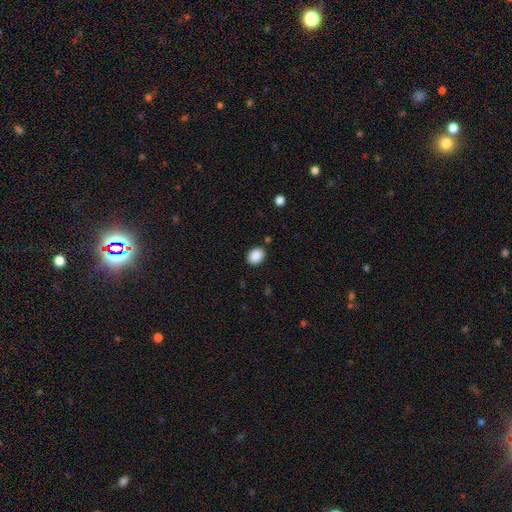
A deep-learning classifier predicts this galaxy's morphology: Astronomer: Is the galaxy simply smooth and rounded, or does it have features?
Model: smooth — 88%.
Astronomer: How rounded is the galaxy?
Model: in between — 62%.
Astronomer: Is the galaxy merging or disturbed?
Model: none — 87%.